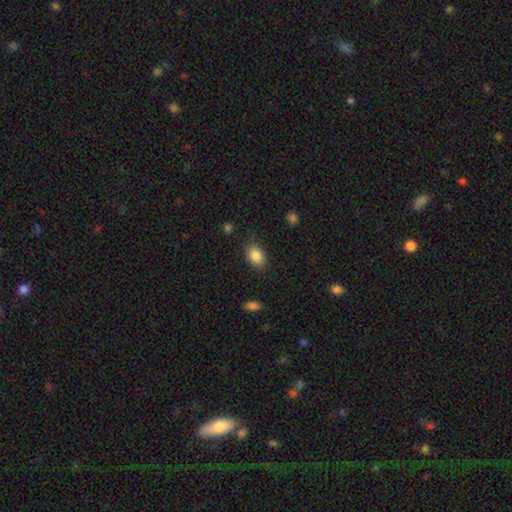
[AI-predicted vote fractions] Smooth or featured? Predicted: smooth (p=0.87). How rounded? Predicted: in between (p=0.79). Merging? Predicted: none (p=0.80).